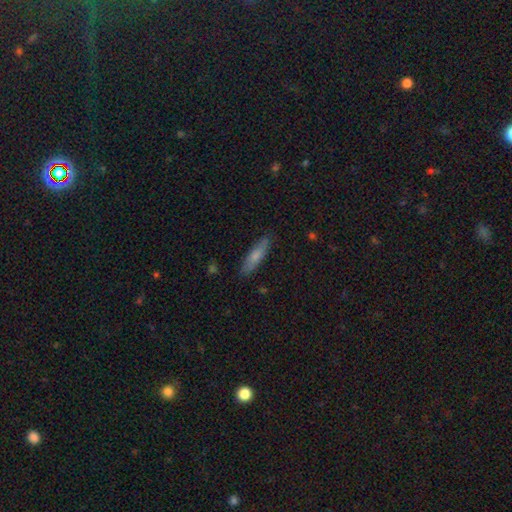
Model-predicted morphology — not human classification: Q: Smooth or featured?
A: smooth (70%); runner-up: featured or disk (24%)
Q: How rounded?
A: cigar-shaped (74%); runner-up: in between (24%)
Q: Merging?
A: none (87%); runner-up: minor disturbance (10%)